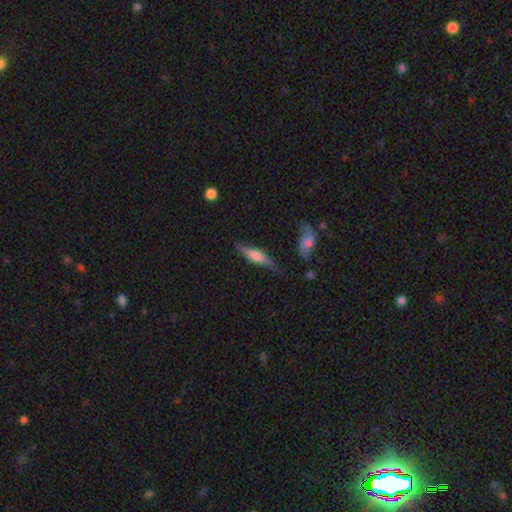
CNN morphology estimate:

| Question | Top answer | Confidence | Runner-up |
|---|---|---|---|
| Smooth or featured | featured or disk | 55% | smooth (39%) |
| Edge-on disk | yes | 88% | no (12%) |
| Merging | none | 71% | minor disturbance (19%) |